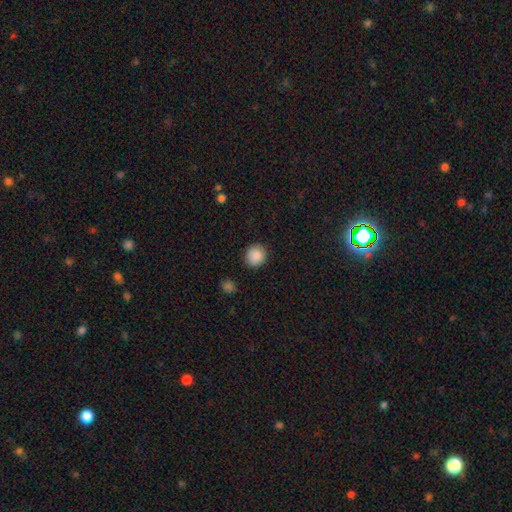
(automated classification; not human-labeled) The model was most divided on "how rounded": round: 86%, in between: 13%, cigar-shaped: 1%. More confident: merging — none (89%); smooth or featured — smooth (88%).